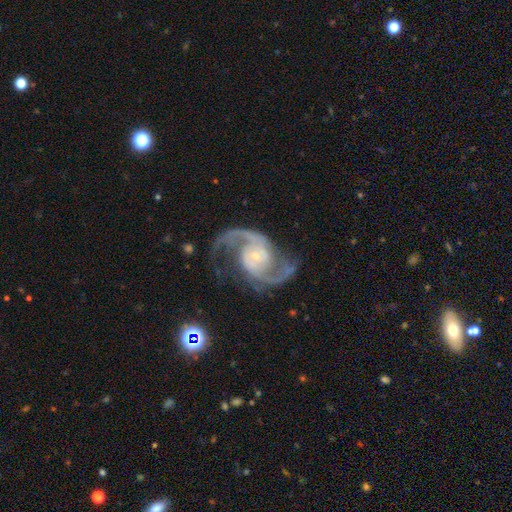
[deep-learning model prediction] featured or disk 92%, star or artifact 5%, smooth 3%. Down the decision tree: edge-on disk — no (98%); bar — no (58%); spiral arms — yes (98%); spiral arm count — 2 (93%); spiral winding — medium (53%); bulge size — small (72%); merging — none (74%).